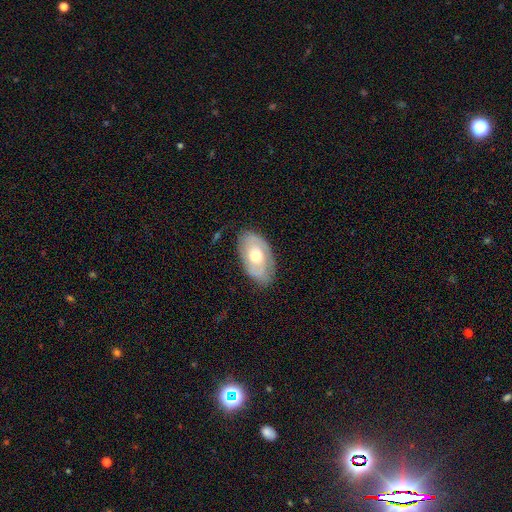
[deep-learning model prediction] A featured or disk galaxy (61%) with no bar (75%), spiral arms (66%) and a moderate central bulge (73%).

Vote fractions:
- Smooth or featured? featured or disk: 61% / smooth: 33% / star or artifact: 6%
- Edge-on disk? no: 91% / yes: 9%
- Bar? no: 75% / weak: 21% / strong: 5%
- Spiral arms? yes: 66% / no: 34%
- Bulge size? moderate: 73% / small: 13% / large: 11% / dominant: 1% / none: 1%
- Merging? none: 75% / minor disturbance: 19% / major disturbance: 5% / merger: 1%